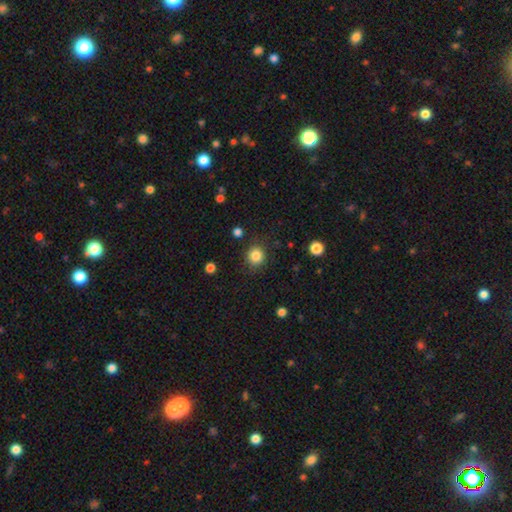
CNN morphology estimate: The model was most divided on "smooth or featured": smooth: 85%, star or artifact: 10%, featured or disk: 5%. More confident: how rounded — round (89%); merging — none (85%).